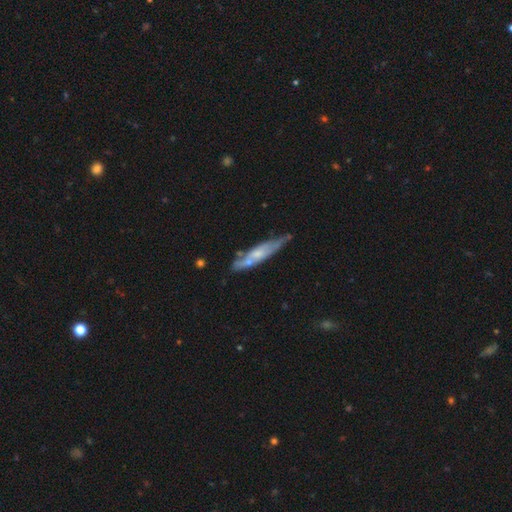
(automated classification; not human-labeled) A featured or disk galaxy (56%) viewed edge-on (66%). Merging: none (58%).